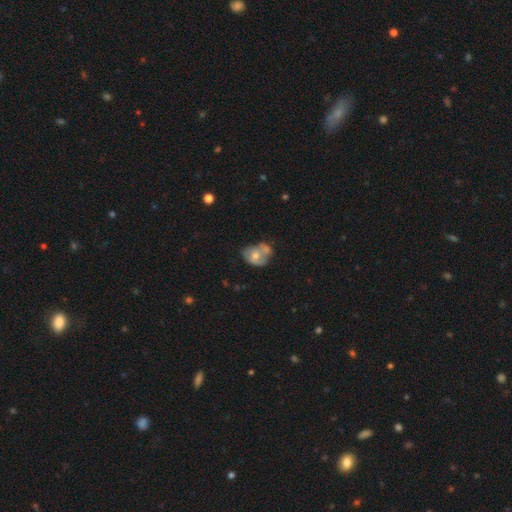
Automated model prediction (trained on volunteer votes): smooth 55%, featured or disk 38%, star or artifact 8%. Down the decision tree: how rounded — in between (57%); merging — merger (49%).